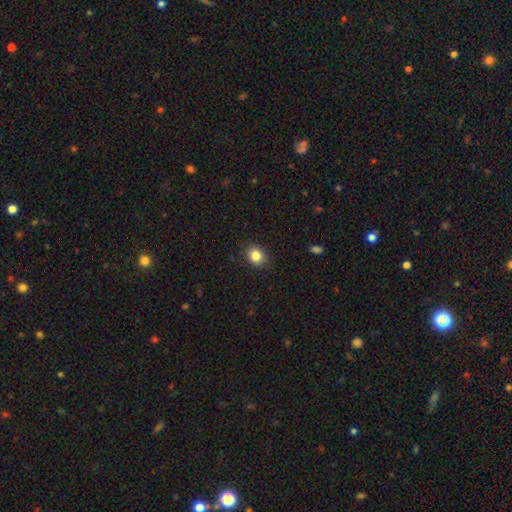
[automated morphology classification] The model was most divided on "how rounded": round: 57%, in between: 42%, cigar-shaped: 1%. More confident: merging — none (88%); smooth or featured — smooth (85%).